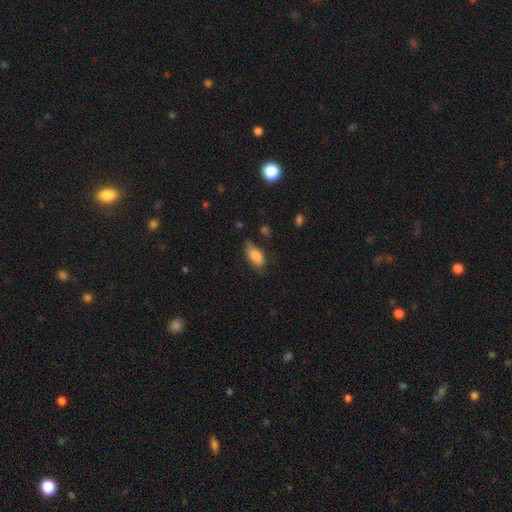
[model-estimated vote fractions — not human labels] smooth 83%, featured or disk 9%, star or artifact 7%. Down the decision tree: how rounded — in between (87%); merging — none (64%).